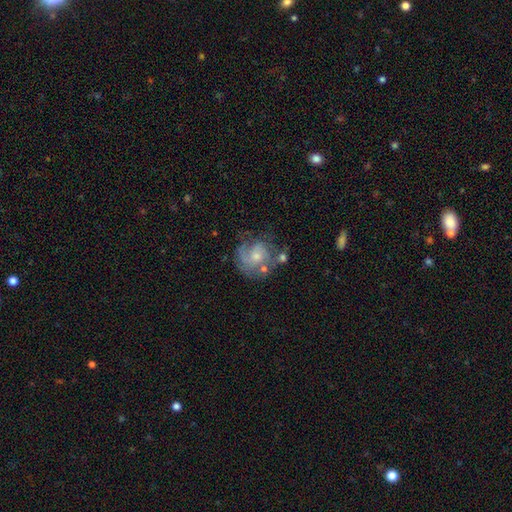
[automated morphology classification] A featured or disk galaxy (63%) with no bar (76%), spiral arms (76%) and a small central bulge (48%).

Vote fractions:
- Smooth or featured? featured or disk: 63% / smooth: 28% / star or artifact: 8%
- Edge-on disk? no: 98% / yes: 2%
- Bar? no: 76% / weak: 21% / strong: 3%
- Spiral arms? yes: 76% / no: 24%
- Bulge size? small: 48% / moderate: 42% / none: 5% / large: 3% / dominant: 1%
- Merging? none: 47% / minor disturbance: 23% / major disturbance: 21% / merger: 9%